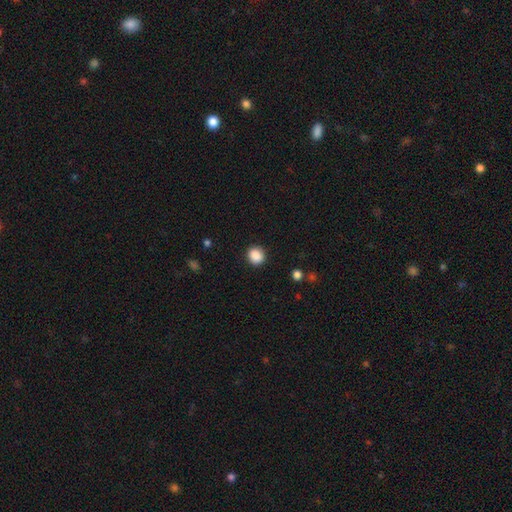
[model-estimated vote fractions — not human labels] Smooth or featured? Predicted: smooth (p=0.88). How rounded? Predicted: round (p=0.81). Merging? Predicted: none (p=0.90).